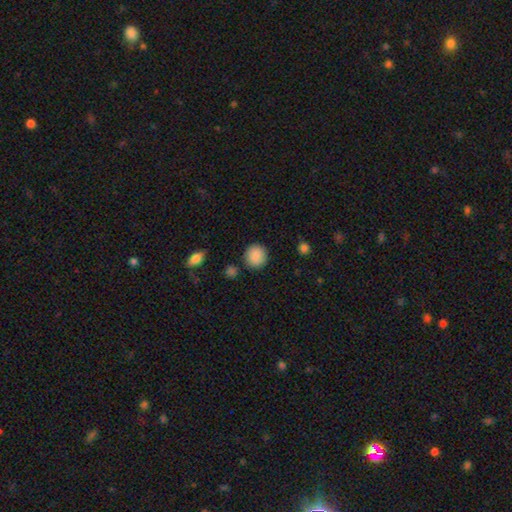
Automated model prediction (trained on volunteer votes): Morphology: type=smooth (88%); roundness=round (89%); merging=none (86%).